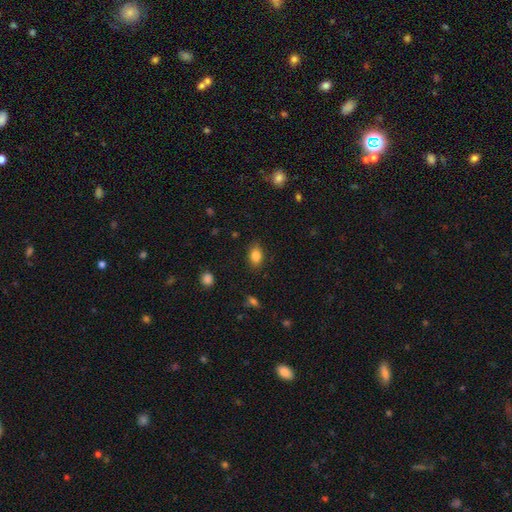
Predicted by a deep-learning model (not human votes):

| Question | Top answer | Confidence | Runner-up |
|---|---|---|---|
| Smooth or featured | smooth | 84% | star or artifact (9%) |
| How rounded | in between | 83% | round (15%) |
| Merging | none | 83% | minor disturbance (13%) |